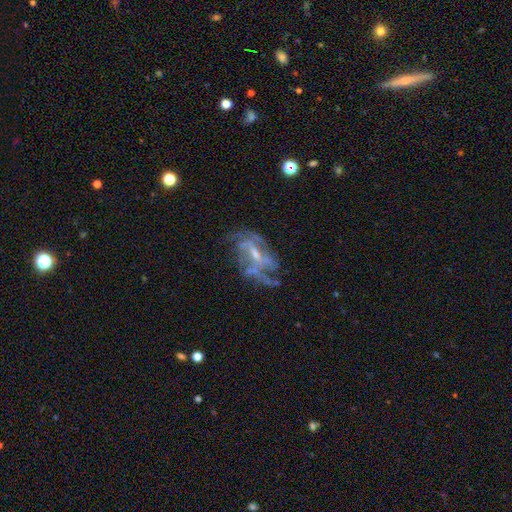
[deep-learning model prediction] Q: Smooth or featured?
A: featured or disk (78%); runner-up: star or artifact (11%)
Q: Edge-on disk?
A: no (94%); runner-up: yes (6%)
Q: Bar?
A: weak (45%); runner-up: no (33%)
Q: Spiral arms?
A: yes (76%); runner-up: no (24%)
Q: Spiral winding?
A: medium (41%); runner-up: loose (30%)
Q: Spiral arm count?
A: can't tell (41%); runner-up: 2 (25%)
Q: Bulge size?
A: small (53%); runner-up: moderate (35%)
Q: Merging?
A: none (51%); runner-up: major disturbance (23%)